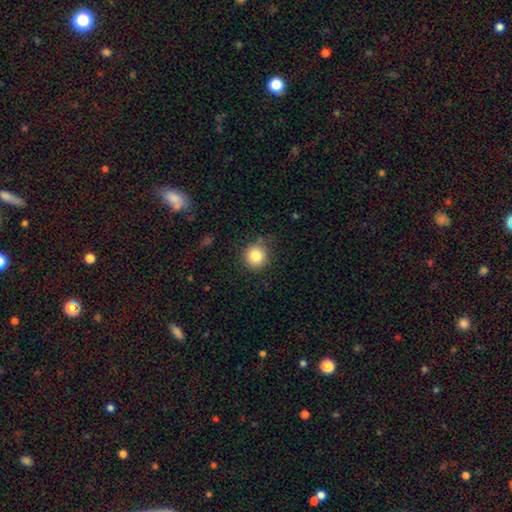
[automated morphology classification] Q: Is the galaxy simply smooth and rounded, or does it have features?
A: smooth — 83%.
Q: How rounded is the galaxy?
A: round — 90%.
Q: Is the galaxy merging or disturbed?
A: none — 83%.